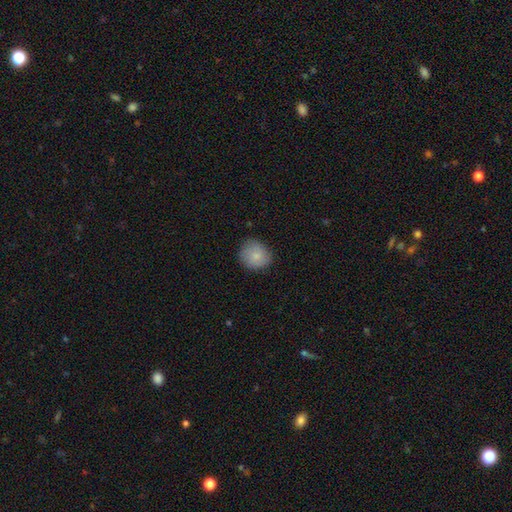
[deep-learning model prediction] The model was most divided on "merging": none: 80%, minor disturbance: 16%, major disturbance: 3%, merger: 1%. More confident: how rounded — round (83%); smooth or featured — smooth (82%).